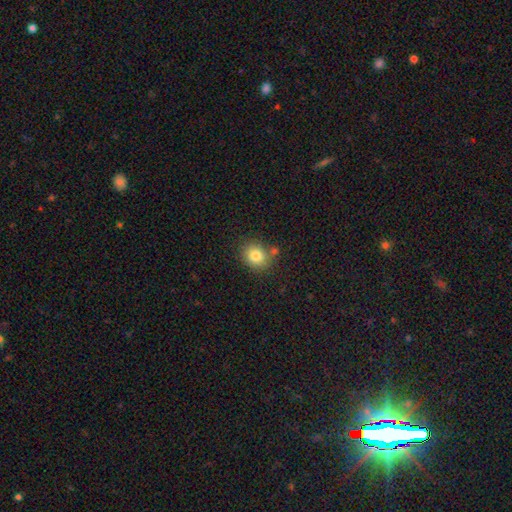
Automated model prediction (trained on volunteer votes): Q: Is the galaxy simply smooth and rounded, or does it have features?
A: smooth — 81%.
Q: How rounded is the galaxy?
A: round — 70%.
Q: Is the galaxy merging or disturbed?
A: none — 75%.